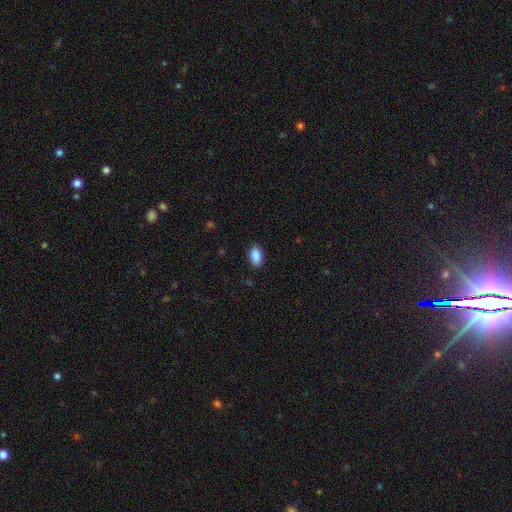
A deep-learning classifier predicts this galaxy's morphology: The model was most divided on "merging": none: 88%, minor disturbance: 9%, major disturbance: 2%, merger: 1%. More confident: how rounded — in between (92%); smooth or featured — smooth (89%).